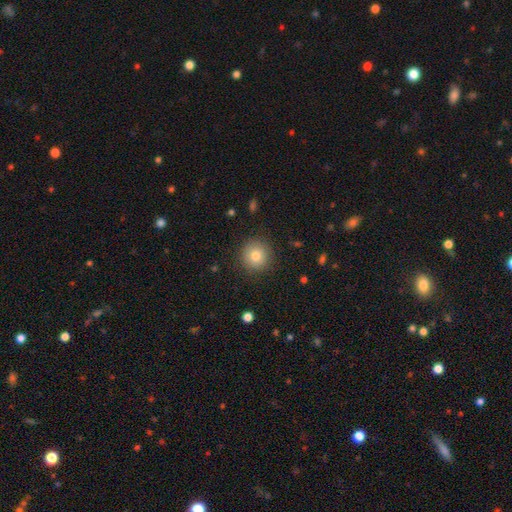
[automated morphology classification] This appears to be a smooth galaxy with no disk features (79%) that is round (93%). Merging: none (89%).